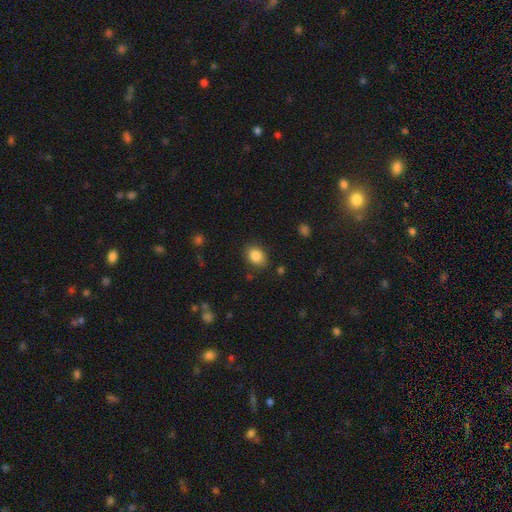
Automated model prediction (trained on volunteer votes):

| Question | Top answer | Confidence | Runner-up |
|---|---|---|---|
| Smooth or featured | smooth | 85% | star or artifact (9%) |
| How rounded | in between | 65% | round (34%) |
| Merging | none | 83% | minor disturbance (12%) |